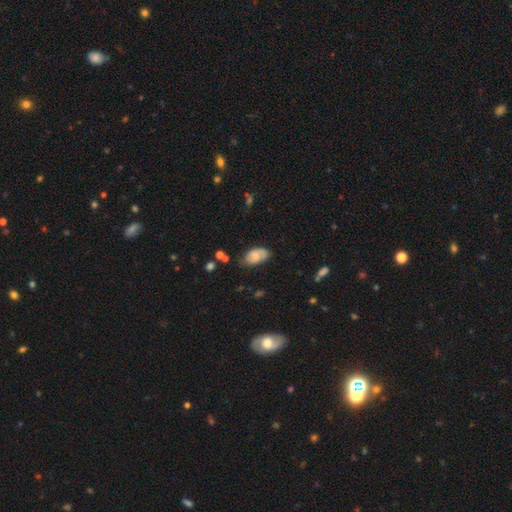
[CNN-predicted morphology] A smooth galaxy with no disk features (53%) that is in between round and cigar-shaped (92%). Merging: none (60%).